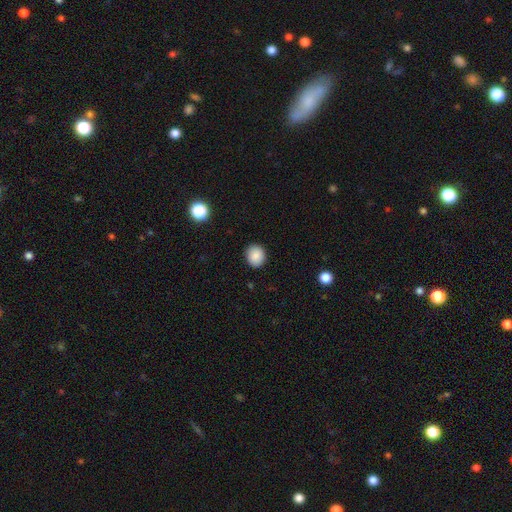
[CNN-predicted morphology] Smooth or featured: smooth — 87% (star or artifact — 9%)
How rounded: round — 74% (in between — 25%)
Merging: none — 90% (minor disturbance — 7%)